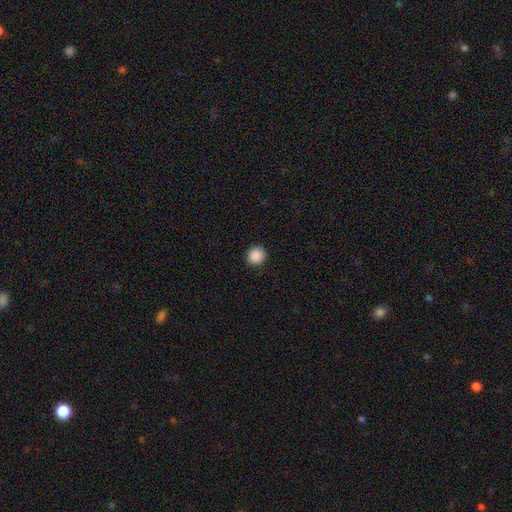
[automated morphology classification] This appears to be a smooth galaxy with no disk features (89%) that is round (93%). Merging: none (92%).